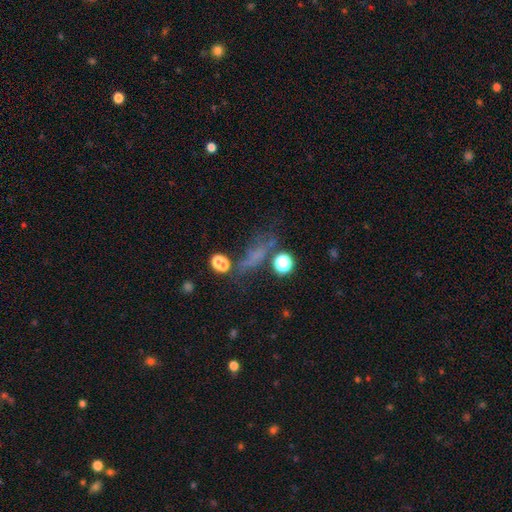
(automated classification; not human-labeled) smooth 47%, star or artifact 32%, featured or disk 21%. Down the decision tree: merging — none (48%).